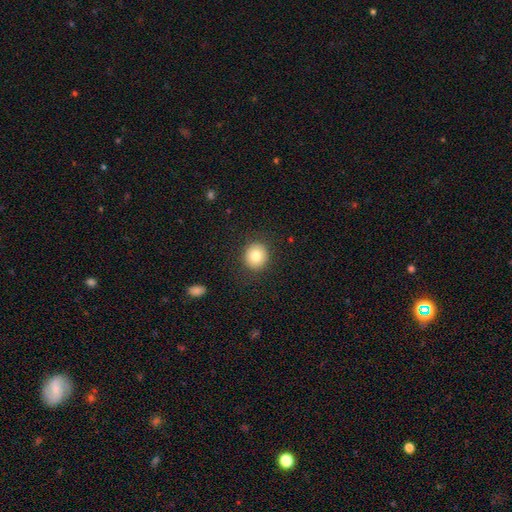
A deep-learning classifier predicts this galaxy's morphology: smooth-or-featured: smooth: 81% | featured or disk: 11% | star or artifact: 9%
  how-rounded: round: 86% | in between: 13% | cigar-shaped: 1%
  merging: none: 89% | minor disturbance: 7% | major disturbance: 2% | merger: 1%